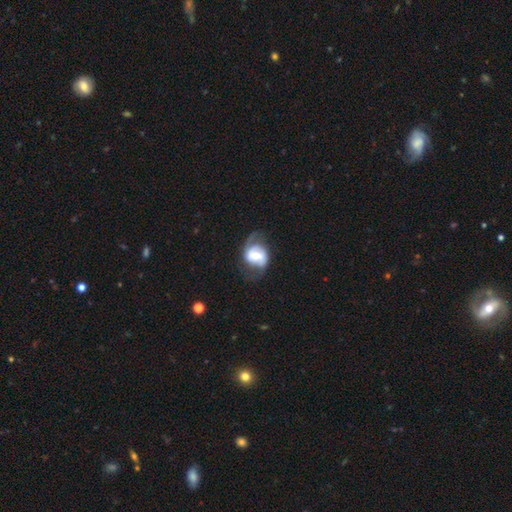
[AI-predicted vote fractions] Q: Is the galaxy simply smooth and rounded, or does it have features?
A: featured or disk — 67%.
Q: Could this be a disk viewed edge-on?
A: no — 96%.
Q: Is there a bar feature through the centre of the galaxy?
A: weak — 40%.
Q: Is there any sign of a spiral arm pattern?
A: yes — 80%.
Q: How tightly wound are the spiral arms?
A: medium — 43%.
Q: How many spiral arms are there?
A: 2 — 80%.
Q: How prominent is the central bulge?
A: moderate — 57%.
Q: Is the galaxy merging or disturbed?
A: none — 56%.